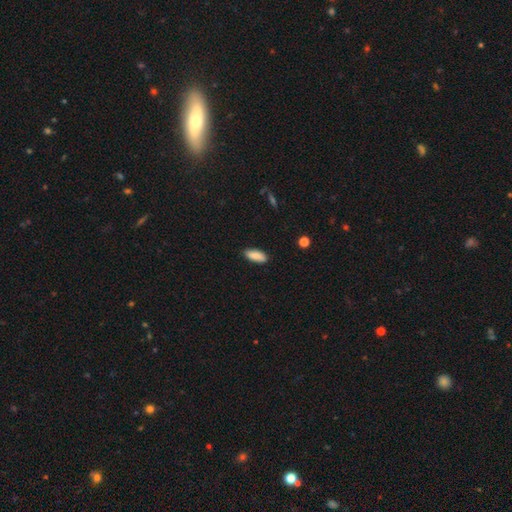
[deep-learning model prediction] A smooth galaxy with no disk features (88%) that is in between round and cigar-shaped (79%).

Vote fractions:
- Smooth or featured? smooth: 88% / star or artifact: 6% / featured or disk: 6%
- How rounded? in between: 79% / cigar-shaped: 20% / round: 2%
- Merging? none: 87% / minor disturbance: 10% / major disturbance: 2% / merger: 1%